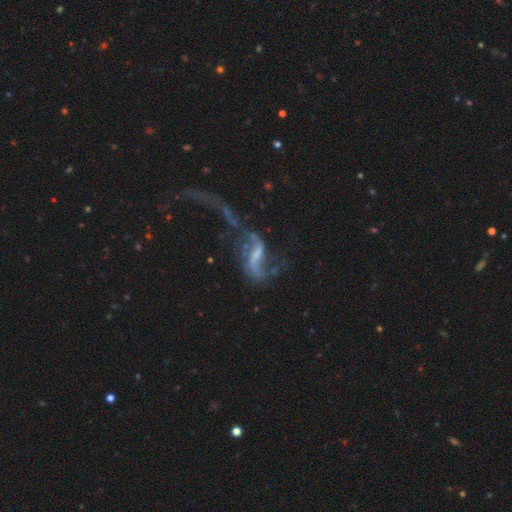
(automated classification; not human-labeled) smooth_or_featured: featured or disk (p=0.82) [alt: star or artifact p=0.09]
disk_edge_on: no (p=0.95) [alt: yes p=0.05]
bar: weak (p=0.43) [alt: strong p=0.33]
has_spiral_arms: yes (p=0.87) [alt: no p=0.13]
spiral_winding: loose (p=0.87) [alt: medium p=0.10]
spiral_arm_count: 2 (p=0.85) [alt: 1 p=0.07]
bulge_size: none (p=0.46) [alt: small p=0.33]
merging: major disturbance (p=0.40) [alt: none p=0.25]